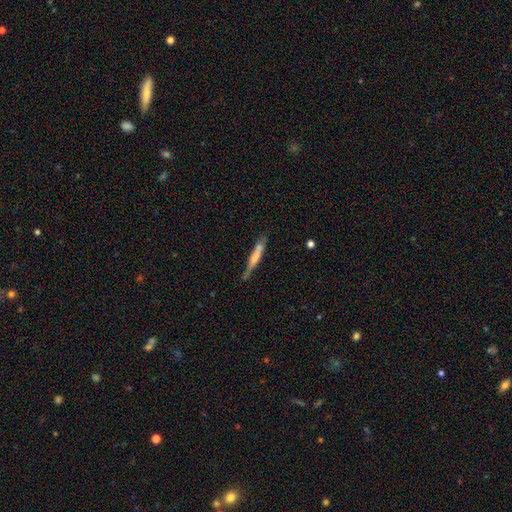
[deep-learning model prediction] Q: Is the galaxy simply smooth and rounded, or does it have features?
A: smooth — 58%.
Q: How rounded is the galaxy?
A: cigar-shaped — 93%.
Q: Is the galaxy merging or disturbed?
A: none — 64%.